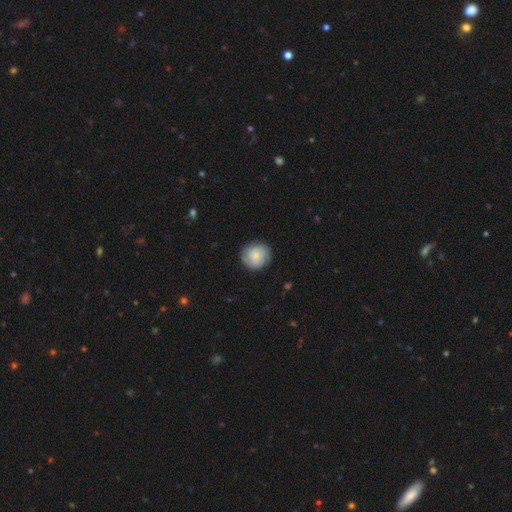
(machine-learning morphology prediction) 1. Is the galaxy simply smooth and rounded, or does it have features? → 66% smooth, 27% featured or disk, 7% star or artifact.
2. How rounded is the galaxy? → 87% round, 12% in between, 1% cigar-shaped.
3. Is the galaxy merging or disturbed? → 82% none, 13% minor disturbance, 3% major disturbance, 1% merger.